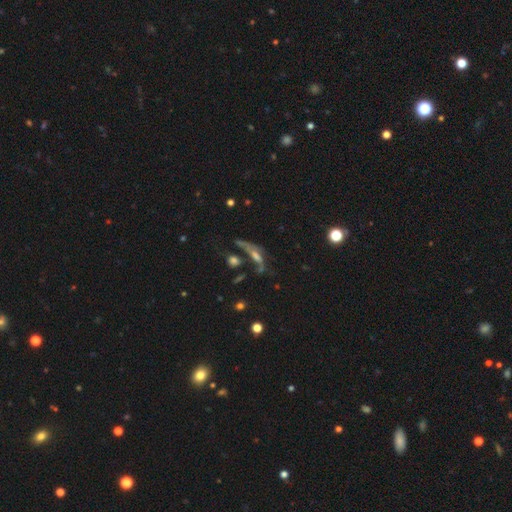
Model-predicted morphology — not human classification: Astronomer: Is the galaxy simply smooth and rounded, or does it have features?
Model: featured or disk — 52% (runner-up: smooth, 27%).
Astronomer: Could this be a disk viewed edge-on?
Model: yes — 53% (runner-up: no, 47%).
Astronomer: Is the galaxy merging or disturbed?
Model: none — 35% (runner-up: major disturbance, 25%).